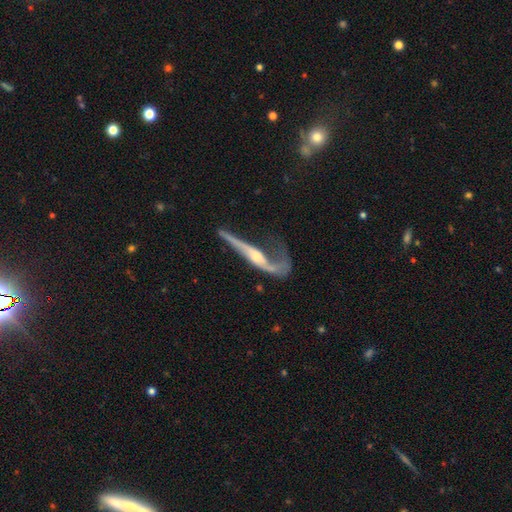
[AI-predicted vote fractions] featured or disk 77%, smooth 17%, star or artifact 6%. Down the decision tree: edge-on disk — yes (50%, tied with no); merging — major disturbance (45%).